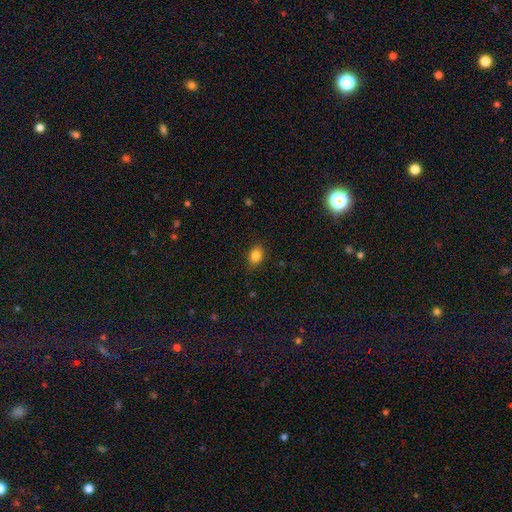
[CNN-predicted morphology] The model was most divided on "how rounded": in between: 75%, round: 24%, cigar-shaped: 1%. More confident: merging — none (87%); smooth or featured — smooth (85%).